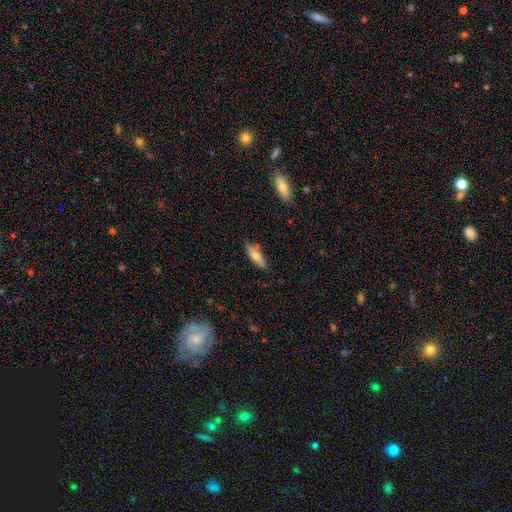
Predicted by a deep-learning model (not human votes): Morphology: type=smooth (71%); roundness=in between (64%); merging=none (66%).